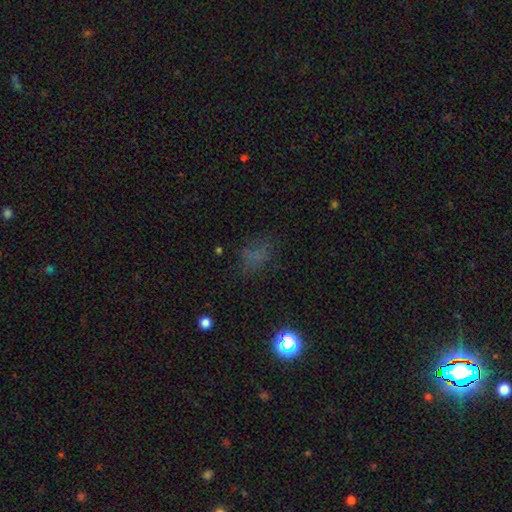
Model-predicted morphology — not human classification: Smooth or featured? Predicted: smooth (p=0.51). How rounded? Predicted: in between (p=0.67). Merging? Predicted: none (p=0.60).